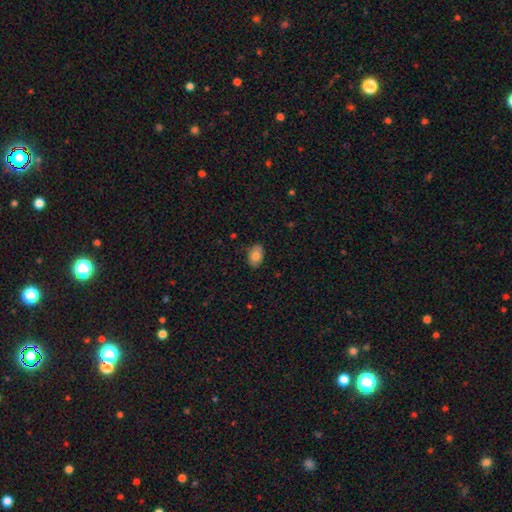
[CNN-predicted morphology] smooth 79%, featured or disk 13%, star or artifact 8%. Down the decision tree: how rounded — in between (84%); merging — none (80%).